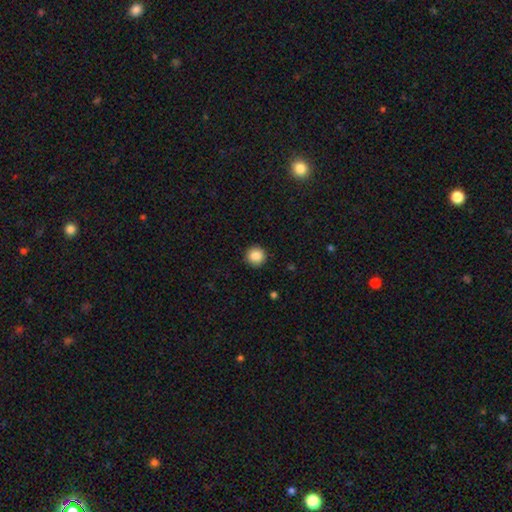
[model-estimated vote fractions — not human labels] Smooth or featured?
  - smooth: 87% *
  - star or artifact: 9%
  - featured or disk: 4%
How rounded?
  - round: 95% *
  - in between: 4%
  - cigar-shaped: 1%
Merging?
  - none: 92% *
  - minor disturbance: 5%
  - major disturbance: 2%
  - merger: 1%